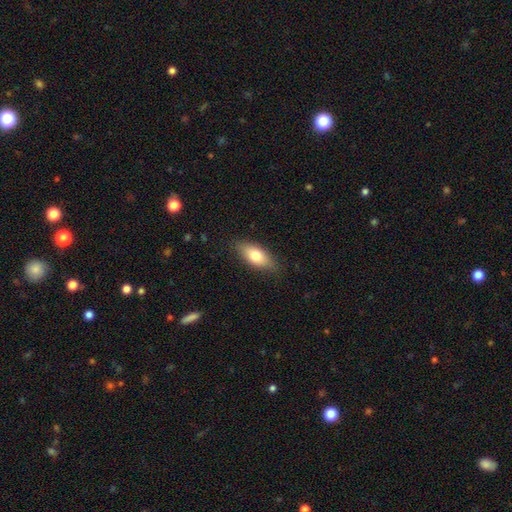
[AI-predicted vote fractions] The model was most divided on "smooth or featured": smooth: 75%, featured or disk: 18%, star or artifact: 6%. More confident: merging — none (84%); how rounded — in between (81%).